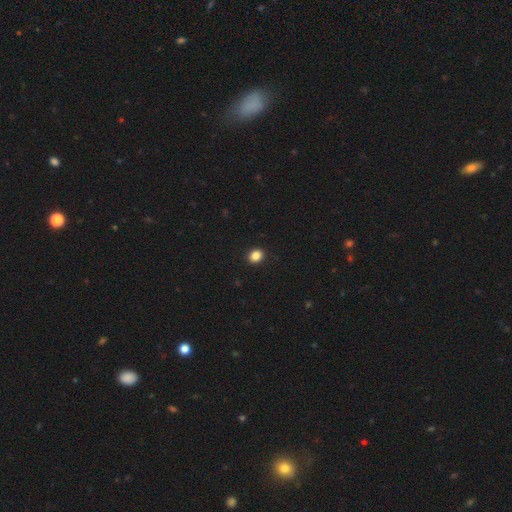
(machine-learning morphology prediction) smooth 86%, star or artifact 11%, featured or disk 3%. Down the decision tree: how rounded — round (74%); merging — none (92%).